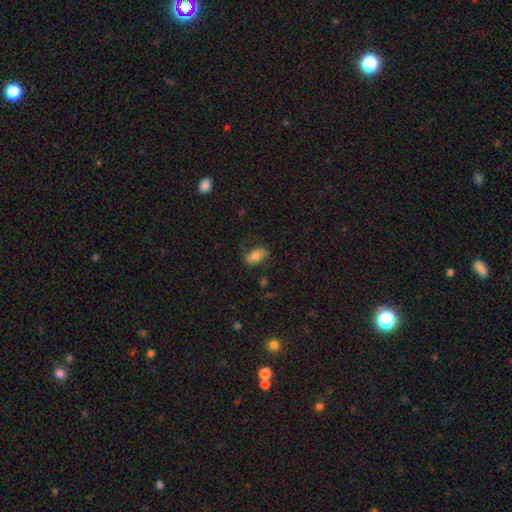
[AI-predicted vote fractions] Morphology: type=smooth (72%); roundness=in between (90%); merging=none (72%).